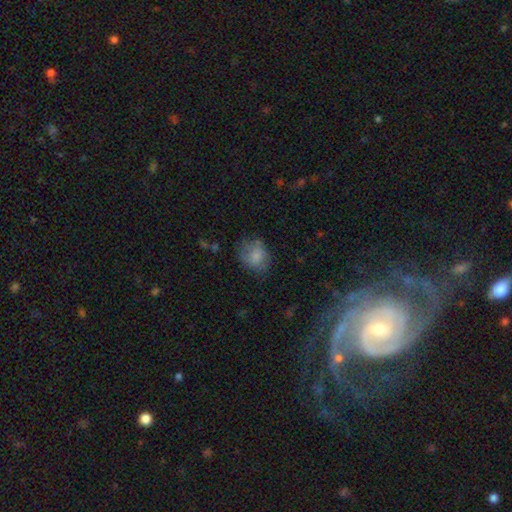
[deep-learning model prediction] smooth-or-featured: smooth: 77% | featured or disk: 14% | star or artifact: 9%
  how-rounded: round: 57% | in between: 42% | cigar-shaped: 1%
  merging: none: 59% | minor disturbance: 25% | major disturbance: 13% | merger: 3%